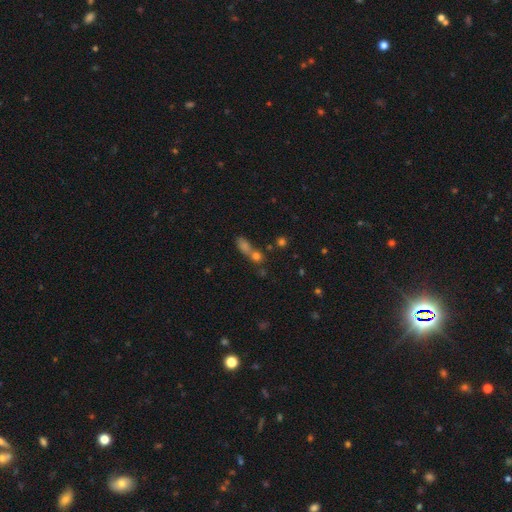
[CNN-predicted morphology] Smooth or featured?
  - smooth: 68% *
  - star or artifact: 19%
  - featured or disk: 13%
How rounded?
  - round: 54% *
  - in between: 34%
  - cigar-shaped: 11%
Merging?
  - merger: 56% *
  - none: 31%
  - minor disturbance: 7%
  - major disturbance: 6%